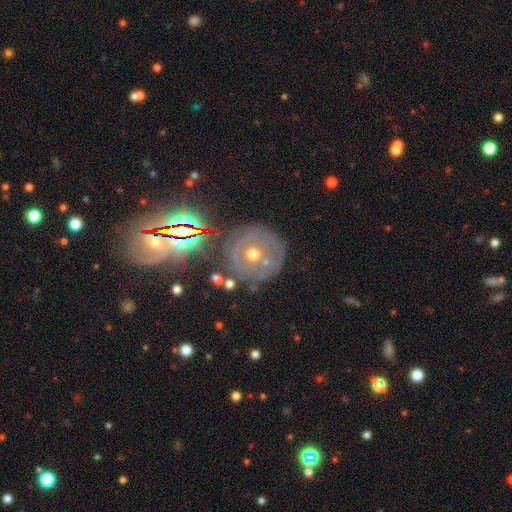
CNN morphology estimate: featured or disk 55%, smooth 23%, star or artifact 22%. Down the decision tree: edge-on disk — no (94%); bar — no (77%); spiral arms — yes (57%); bulge size — moderate (65%); merging — none (76%).